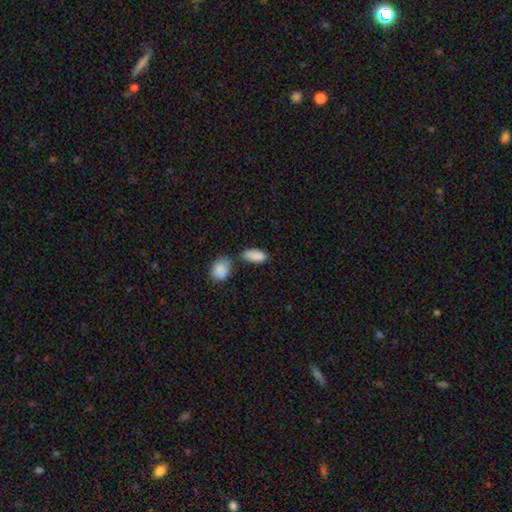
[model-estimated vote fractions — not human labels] Q: Smooth or featured?
A: smooth (88%); runner-up: star or artifact (8%)
Q: How rounded?
A: in between (88%); runner-up: cigar-shaped (8%)
Q: Merging?
A: none (52%); runner-up: merger (22%)